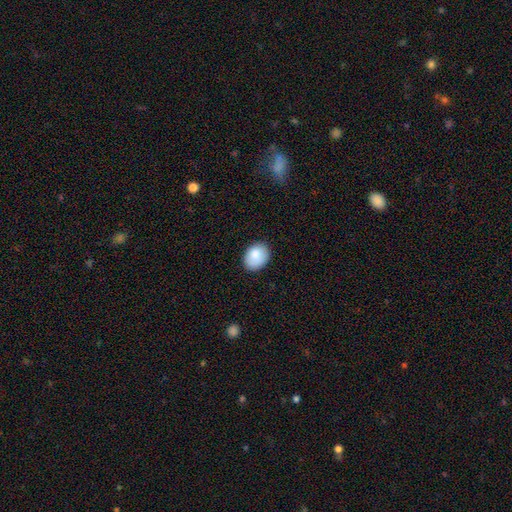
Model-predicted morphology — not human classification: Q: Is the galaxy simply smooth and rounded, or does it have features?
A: smooth — 87%.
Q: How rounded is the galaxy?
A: in between — 57%.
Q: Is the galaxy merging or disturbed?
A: none — 84%.